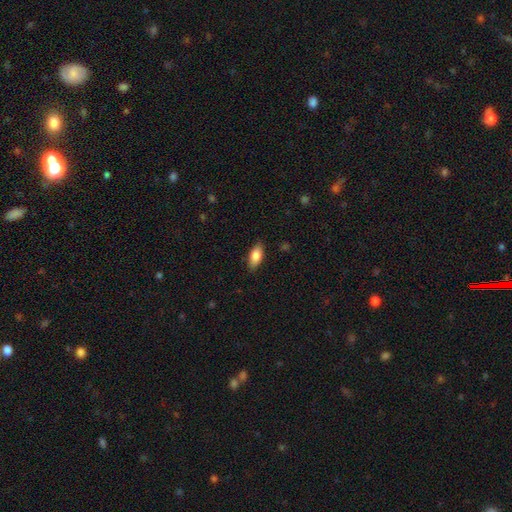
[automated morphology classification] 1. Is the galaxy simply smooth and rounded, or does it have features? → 84% smooth, 9% featured or disk, 7% star or artifact.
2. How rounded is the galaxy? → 87% in between, 11% cigar-shaped, 3% round.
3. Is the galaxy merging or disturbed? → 86% none, 11% minor disturbance, 2% major disturbance, 1% merger.